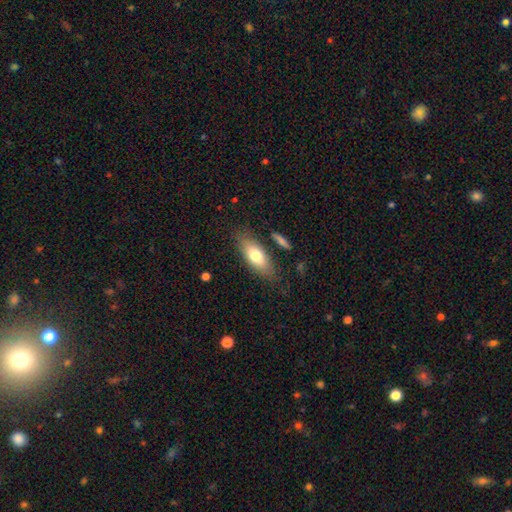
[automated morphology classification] This appears to be a smooth galaxy with no disk features (73%) that is in between round and cigar-shaped (77%). Merging: none (79%).